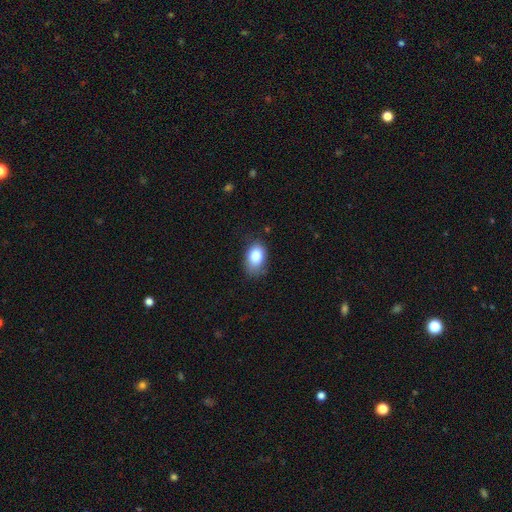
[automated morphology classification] Smooth or featured?
  - smooth: 83% *
  - featured or disk: 8%
  - star or artifact: 8%
How rounded?
  - in between: 85% *
  - round: 14%
  - cigar-shaped: 1%
Merging?
  - none: 66% *
  - minor disturbance: 26%
  - major disturbance: 6%
  - merger: 2%